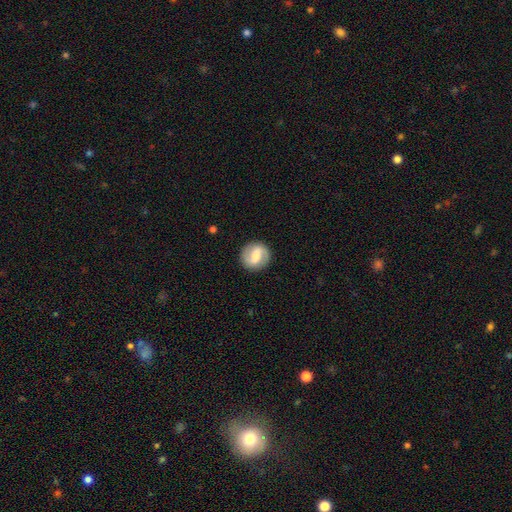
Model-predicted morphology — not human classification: A featured or disk galaxy (63%) with a strong bar (45%), spiral arms (81%) and a moderate central bulge (52%).

Vote fractions:
- Smooth or featured? featured or disk: 63% / smooth: 31% / star or artifact: 6%
- Edge-on disk? no: 97% / yes: 3%
- Bar? strong: 45% / weak: 42% / no: 13%
- Spiral arms? yes: 81% / no: 19%
- Bulge size? moderate: 52% / small: 25% / large: 15% / none: 6% / dominant: 2%
- Merging? none: 88% / minor disturbance: 8% / major disturbance: 3% / merger: 1%